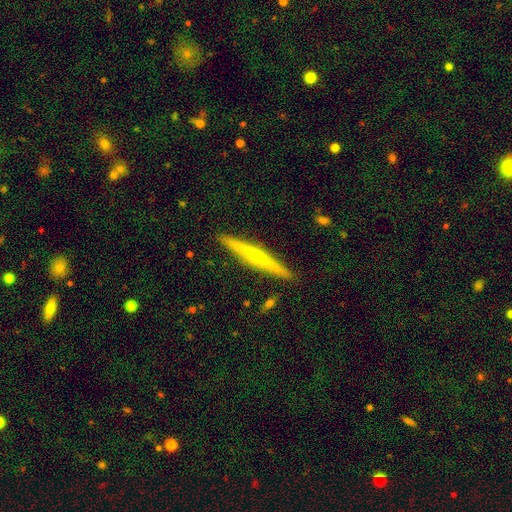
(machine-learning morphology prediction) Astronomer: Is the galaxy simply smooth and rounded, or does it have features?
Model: featured or disk — 72%.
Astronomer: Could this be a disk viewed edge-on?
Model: yes — 98%.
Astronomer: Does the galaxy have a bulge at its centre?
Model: rounded — 76%.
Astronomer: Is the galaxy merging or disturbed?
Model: none — 91%.